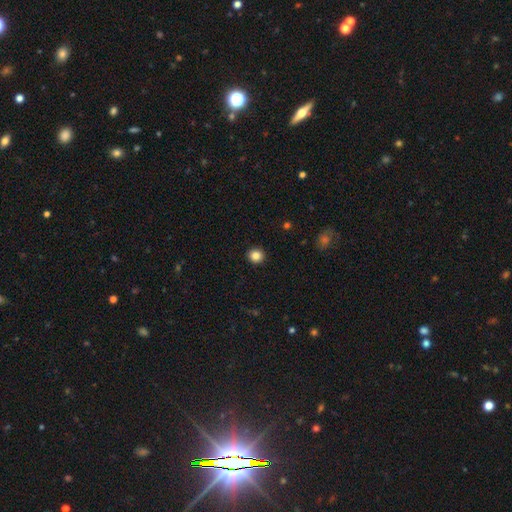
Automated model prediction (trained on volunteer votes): The model was most divided on "smooth or featured": smooth: 85%, star or artifact: 11%, featured or disk: 5%. More confident: merging — none (93%); how rounded — round (91%).